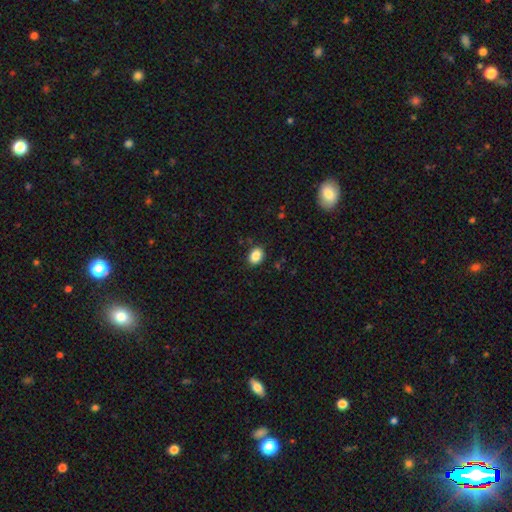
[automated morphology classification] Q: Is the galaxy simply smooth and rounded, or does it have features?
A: smooth — 87%.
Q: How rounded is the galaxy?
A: in between — 69%.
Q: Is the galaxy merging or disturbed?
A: none — 88%.